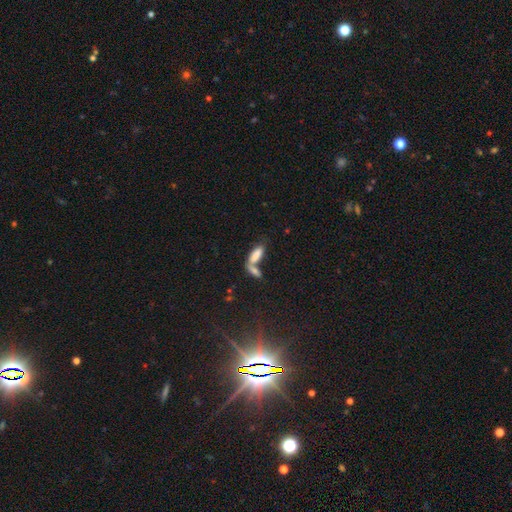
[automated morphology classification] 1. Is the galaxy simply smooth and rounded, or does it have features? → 79% smooth, 12% featured or disk, 9% star or artifact.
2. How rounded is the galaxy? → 63% in between, 35% cigar-shaped, 2% round.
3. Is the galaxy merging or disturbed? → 60% merger, 27% none, 8% minor disturbance, 5% major disturbance.